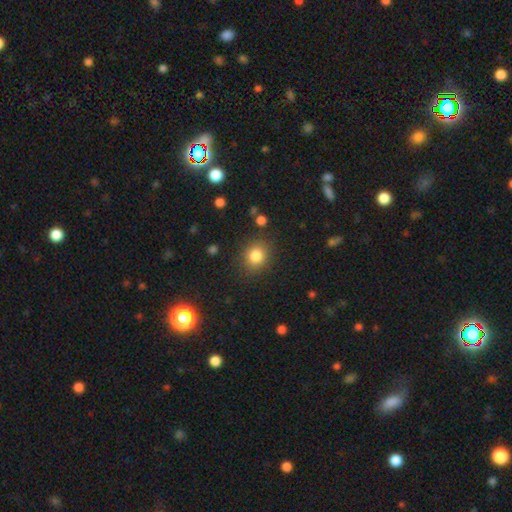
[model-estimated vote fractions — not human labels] smooth 82%, star or artifact 11%, featured or disk 6%. Down the decision tree: how rounded — round (74%); merging — none (85%).